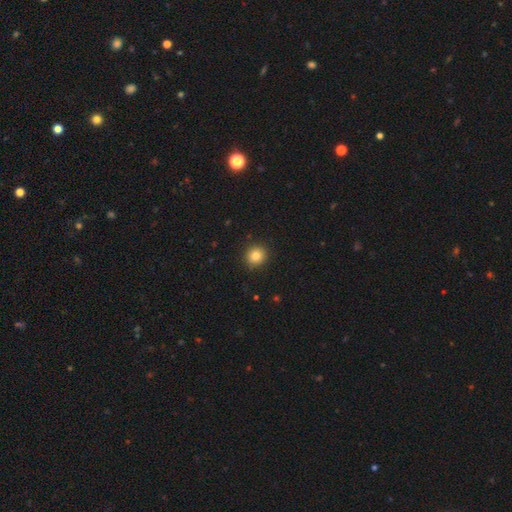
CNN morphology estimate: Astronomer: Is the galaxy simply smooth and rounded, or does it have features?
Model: smooth — 84%.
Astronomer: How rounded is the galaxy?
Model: round — 90%.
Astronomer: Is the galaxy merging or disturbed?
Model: none — 90%.